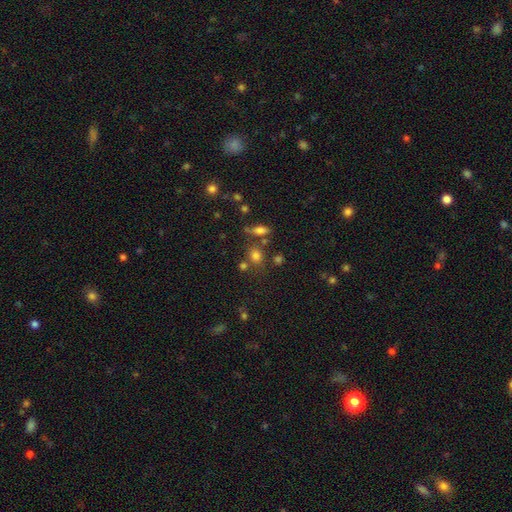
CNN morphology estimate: Smooth or featured?
  - smooth: 73% *
  - star or artifact: 17%
  - featured or disk: 10%
How rounded?
  - round: 65% *
  - in between: 32%
  - cigar-shaped: 2%
Merging?
  - none: 65% *
  - merger: 16%
  - minor disturbance: 13%
  - major disturbance: 5%